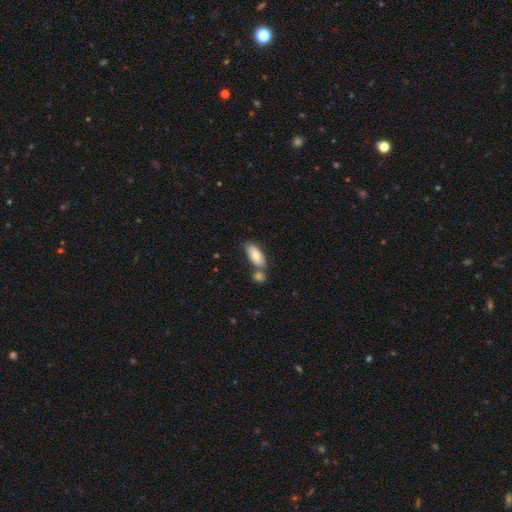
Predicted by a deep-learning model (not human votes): Smooth or featured: smooth — 76% (featured or disk — 18%)
How rounded: in between — 83% (cigar-shaped — 15%)
Merging: none — 56% (merger — 28%)